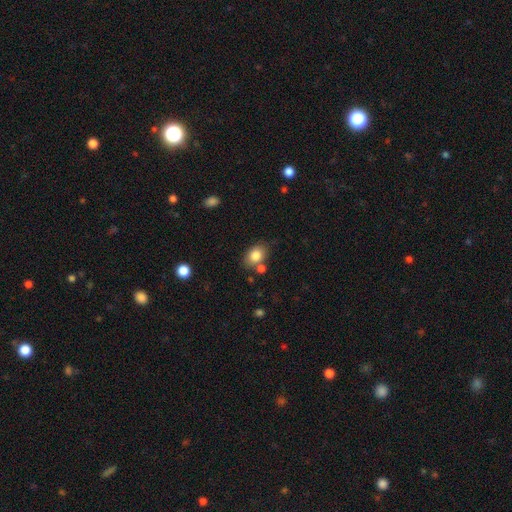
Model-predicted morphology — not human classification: smooth-or-featured: smooth: 82% | featured or disk: 9% | star or artifact: 9%
  how-rounded: in between: 72% | round: 27% | cigar-shaped: 1%
  merging: none: 68% | minor disturbance: 14% | merger: 13% | major disturbance: 4%